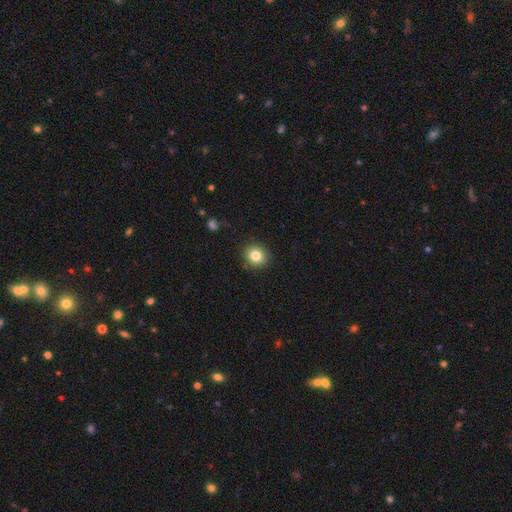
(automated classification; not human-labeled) A smooth galaxy with no disk features (82%) that is round (83%). Merging: none (90%).